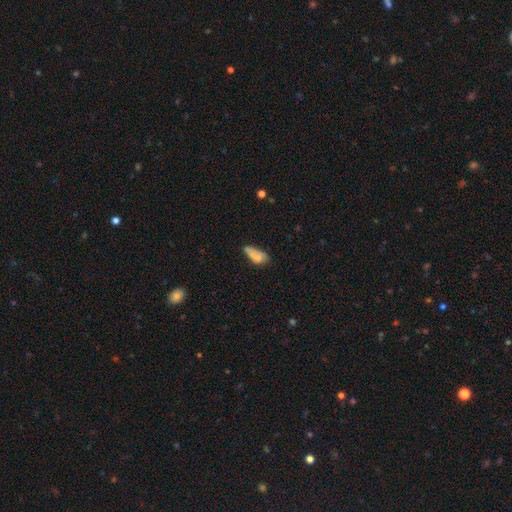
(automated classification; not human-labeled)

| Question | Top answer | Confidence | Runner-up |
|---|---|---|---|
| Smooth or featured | smooth | 65% | featured or disk (25%) |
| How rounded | in between | 80% | cigar-shaped (16%) |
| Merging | none | 34% | minor disturbance (29%) |